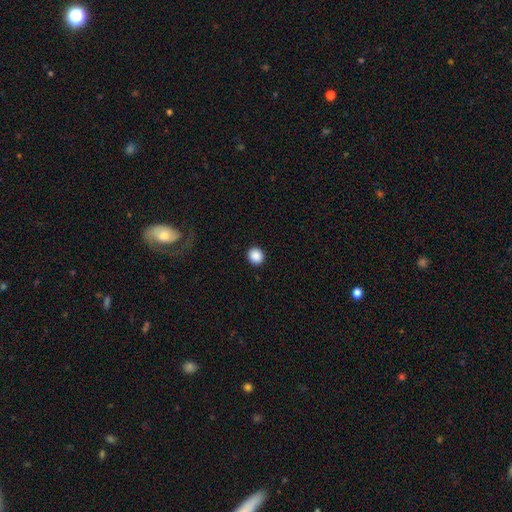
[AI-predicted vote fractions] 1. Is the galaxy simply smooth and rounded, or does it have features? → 89% smooth, 9% star or artifact, 2% featured or disk.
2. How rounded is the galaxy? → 82% round, 17% in between, 1% cigar-shaped.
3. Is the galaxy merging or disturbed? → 92% none, 5% minor disturbance, 2% major disturbance, 1% merger.